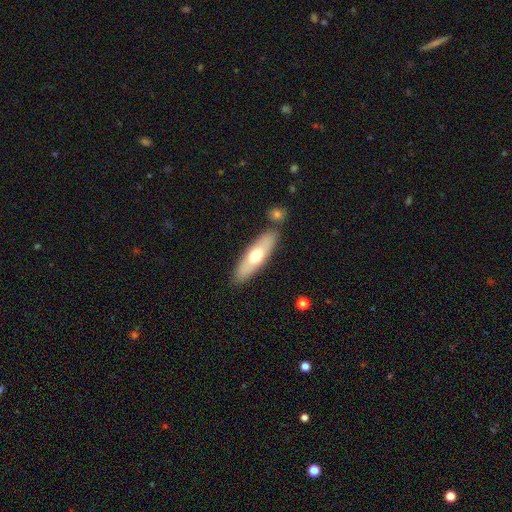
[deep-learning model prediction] A smooth galaxy with no disk features (59%) that is cigar-shaped (52%).

Vote fractions:
- Smooth or featured? smooth: 59% / featured or disk: 35% / star or artifact: 5%
- How rounded? cigar-shaped: 52% / in between: 46% / round: 2%
- Merging? none: 81% / minor disturbance: 10% / merger: 6% / major disturbance: 3%